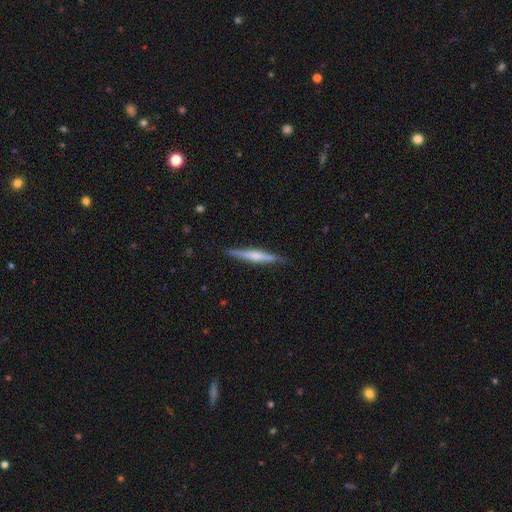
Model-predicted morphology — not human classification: A featured or disk galaxy (61%) viewed edge-on (97%) with a rounded central bulge (60%). Merging: none (88%).